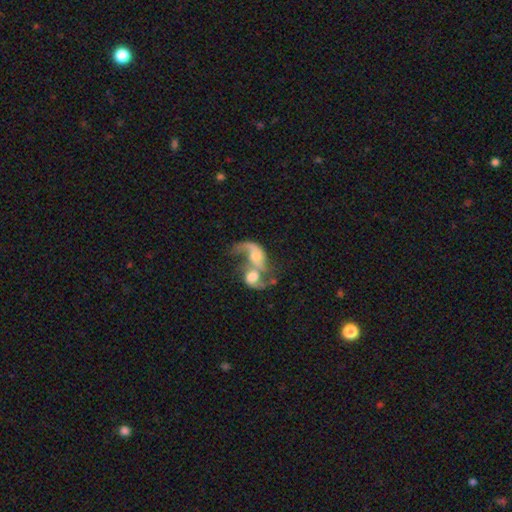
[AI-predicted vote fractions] featured or disk 66%, smooth 26%, star or artifact 8%. Down the decision tree: edge-on disk — no (96%); bar — no (66%); spiral arms — yes (76%); bulge size — moderate (48%); merging — merger (76%).